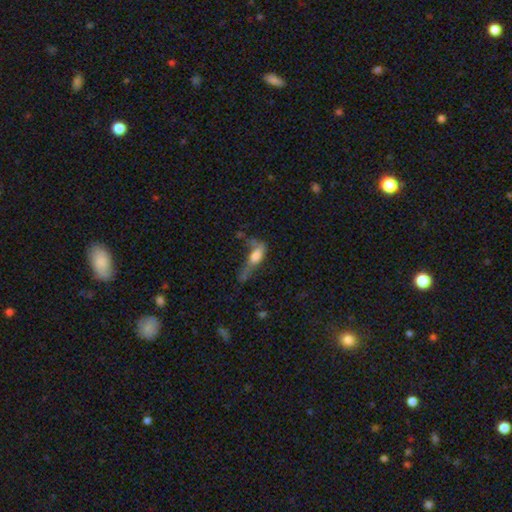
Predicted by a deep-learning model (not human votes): smooth_or_featured: smooth (p=0.54) [alt: featured or disk p=0.35]
how_rounded: in between (p=0.60) [alt: cigar-shaped p=0.35]
merging: major disturbance (p=0.46) [alt: none p=0.21]